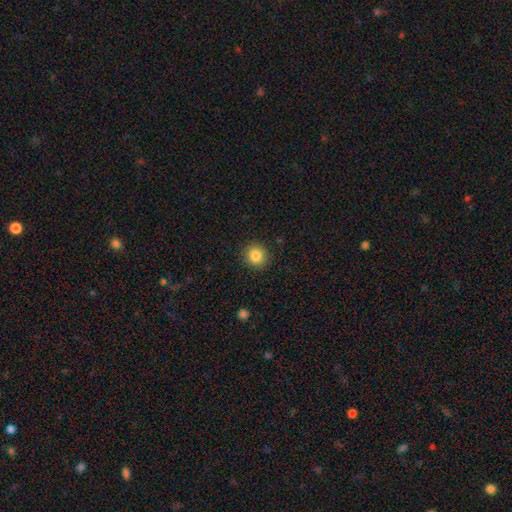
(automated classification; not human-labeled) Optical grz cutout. It shows a smooth galaxy with no disk features (85%) that is round (89%). Merging: none (91%).